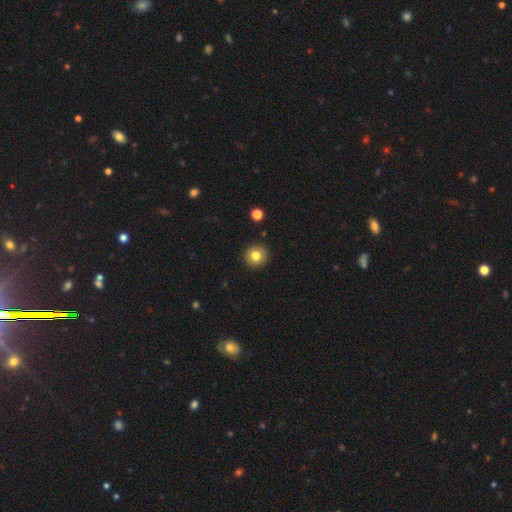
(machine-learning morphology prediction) Q: Smooth or featured?
A: smooth (80%); runner-up: star or artifact (11%)
Q: How rounded?
A: round (93%); runner-up: in between (6%)
Q: Merging?
A: none (91%); runner-up: minor disturbance (6%)